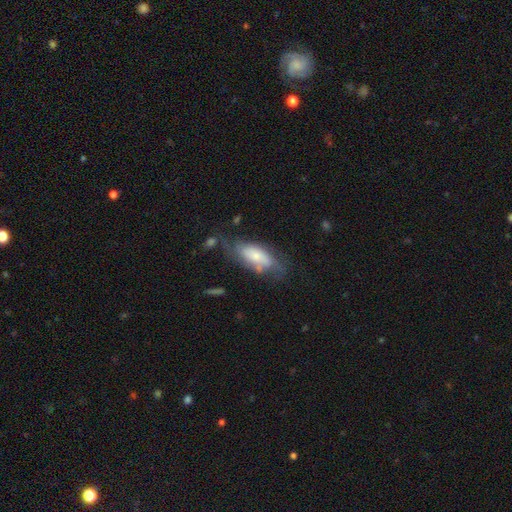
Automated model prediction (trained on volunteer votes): Morphology: type=smooth (50%); roundness=in between (79%); merging=none (52%).